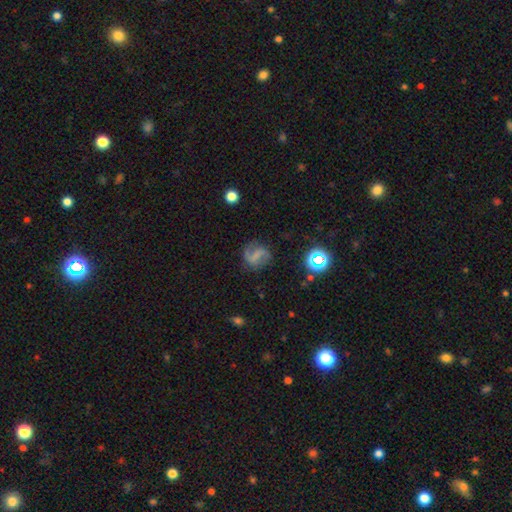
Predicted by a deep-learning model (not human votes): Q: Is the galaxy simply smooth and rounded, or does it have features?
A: featured or disk — 60%.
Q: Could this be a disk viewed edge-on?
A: no — 97%.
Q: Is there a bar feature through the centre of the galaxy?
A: strong — 44%.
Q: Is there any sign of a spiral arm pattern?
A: yes — 88%.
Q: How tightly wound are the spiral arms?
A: loose — 50%.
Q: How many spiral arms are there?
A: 2 — 82%.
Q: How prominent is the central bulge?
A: none — 69%.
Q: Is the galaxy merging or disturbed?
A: none — 70%.